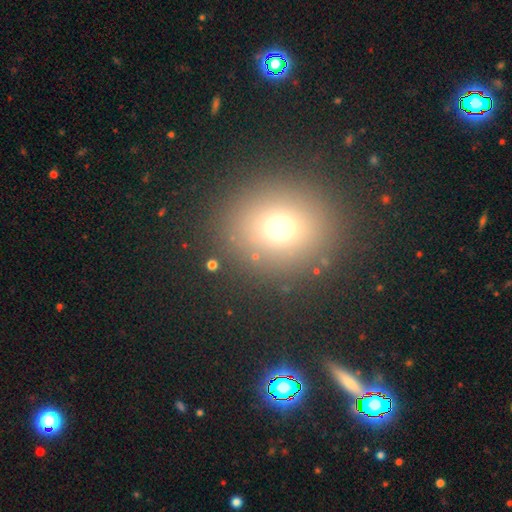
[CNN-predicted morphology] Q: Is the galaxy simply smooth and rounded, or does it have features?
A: smooth — 67%.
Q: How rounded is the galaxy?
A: round — 77%.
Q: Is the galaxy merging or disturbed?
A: none — 88%.